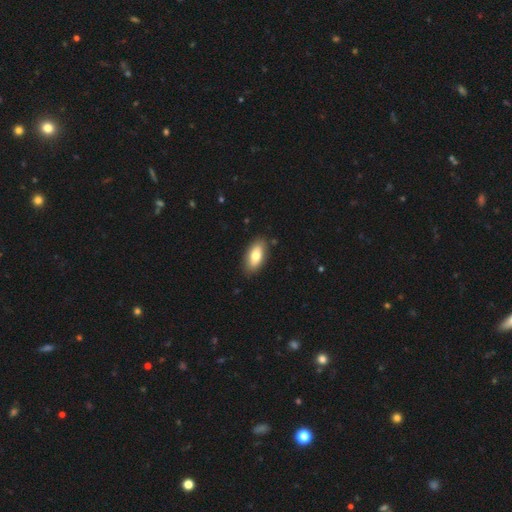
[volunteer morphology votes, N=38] Smooth or featured: smooth — 87% (star or artifact — 8%)
How rounded: in between — 88% (cigar-shaped — 12%)
Merging: none — 97% (minor disturbance — 3%)